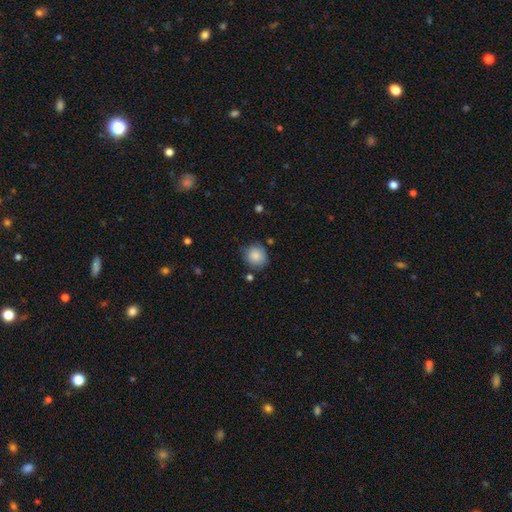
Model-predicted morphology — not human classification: smooth-or-featured: smooth: 85% | star or artifact: 8% | featured or disk: 7%
  how-rounded: round: 85% | in between: 14% | cigar-shaped: 1%
  merging: none: 75% | minor disturbance: 17% | major disturbance: 4% | merger: 4%